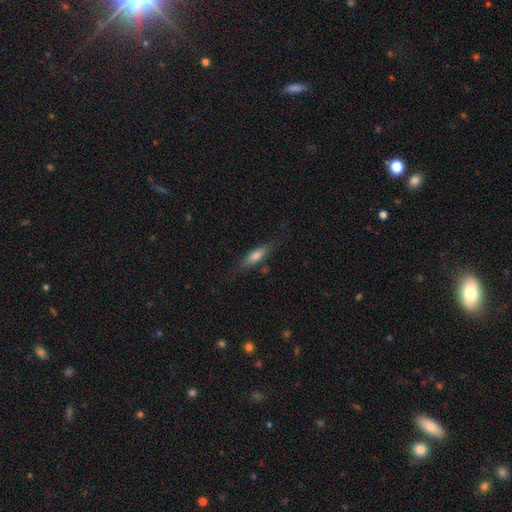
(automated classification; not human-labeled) Smooth or featured? smooth (65%)
How rounded? cigar-shaped (62%)
Merging? none (77%)